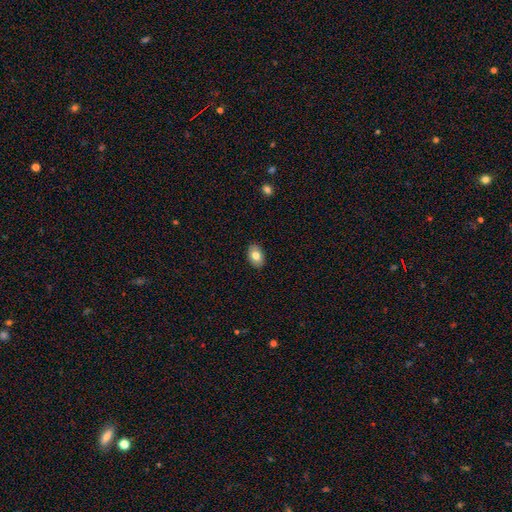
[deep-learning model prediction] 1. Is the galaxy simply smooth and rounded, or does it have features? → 80% smooth, 13% featured or disk, 8% star or artifact.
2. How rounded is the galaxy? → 86% in between, 13% round, 1% cigar-shaped.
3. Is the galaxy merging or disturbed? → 90% none, 8% minor disturbance, 2% major disturbance, 1% merger.